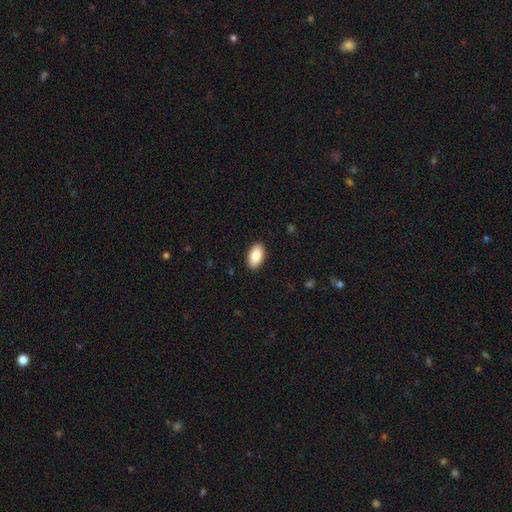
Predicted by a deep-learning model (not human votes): A smooth galaxy with no disk features (87%) that is in between round and cigar-shaped (95%). Merging: none (90%).